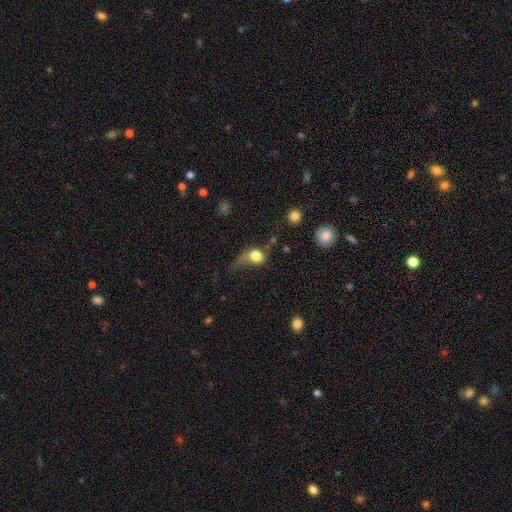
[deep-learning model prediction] A smooth galaxy with no disk features (76%) that is round (60%). Merging: major disturbance (43%).